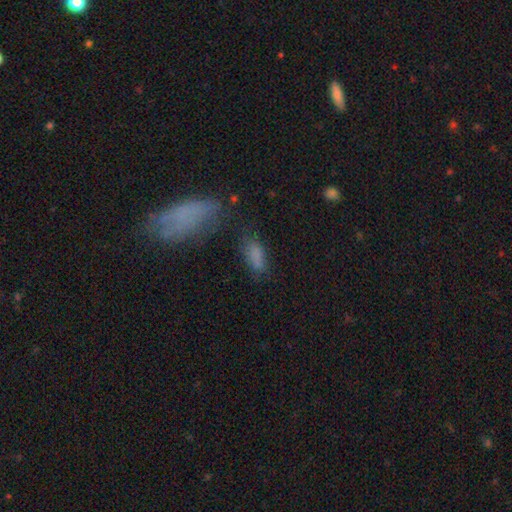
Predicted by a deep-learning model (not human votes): smooth_or_featured: smooth (p=0.75) [alt: star or artifact p=0.13]
how_rounded: in between (p=0.68) [alt: cigar-shaped p=0.28]
merging: none (p=0.58) [alt: minor disturbance p=0.23]